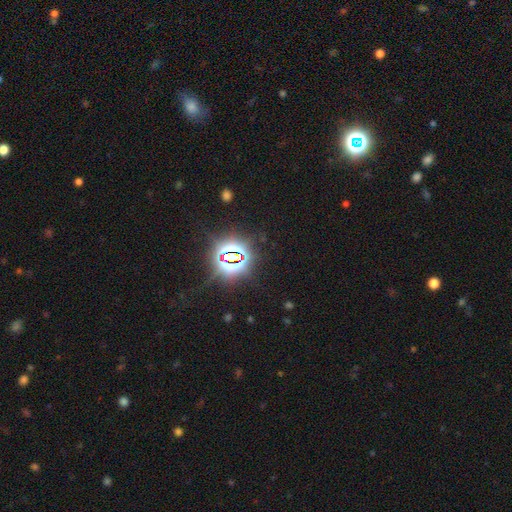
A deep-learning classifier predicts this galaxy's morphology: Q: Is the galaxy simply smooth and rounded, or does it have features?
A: star or artifact — 82%.